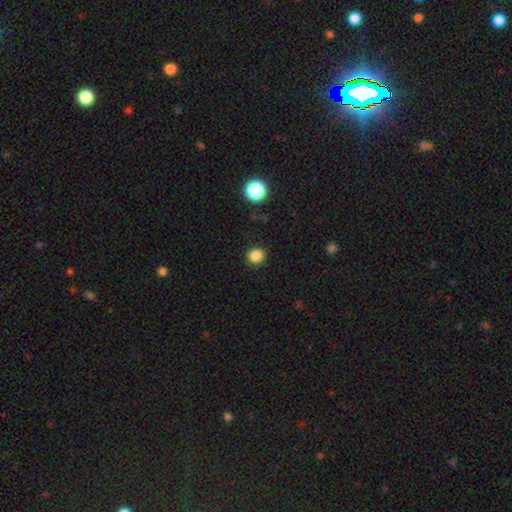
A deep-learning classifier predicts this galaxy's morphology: Smooth or featured: smooth — 85% (star or artifact — 12%)
How rounded: round — 85% (in between — 14%)
Merging: none — 89% (minor disturbance — 7%)